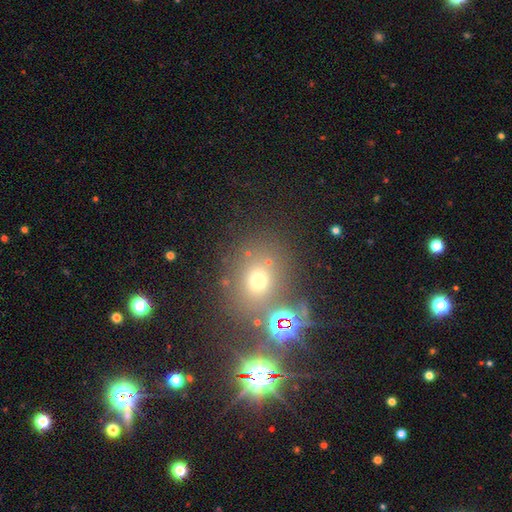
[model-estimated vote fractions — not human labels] This is possibly a star or artifact rather than a galaxy (46%).